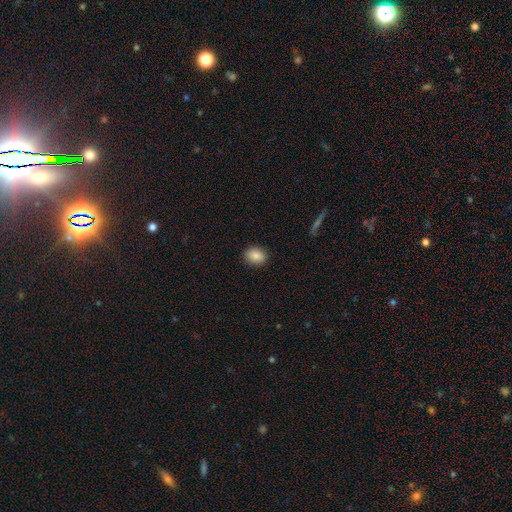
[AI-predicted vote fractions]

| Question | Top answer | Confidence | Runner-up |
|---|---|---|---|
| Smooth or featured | smooth | 88% | star or artifact (8%) |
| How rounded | in between | 66% | round (33%) |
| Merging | none | 89% | minor disturbance (8%) |